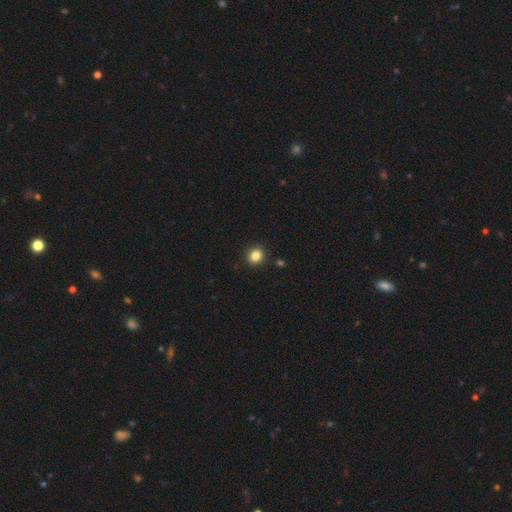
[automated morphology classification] Smooth or featured: smooth — 85% (star or artifact — 11%)
How rounded: round — 78% (in between — 21%)
Merging: none — 90% (minor disturbance — 6%)